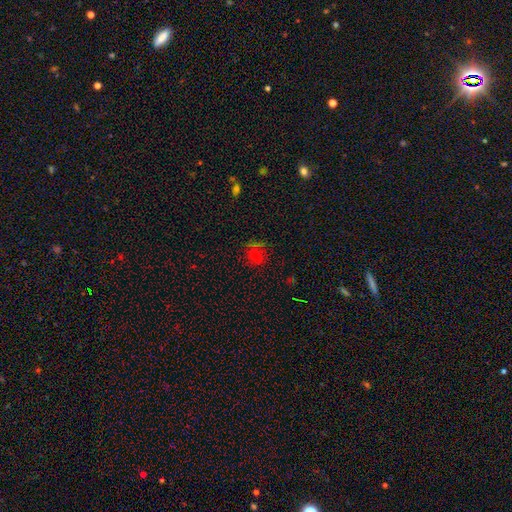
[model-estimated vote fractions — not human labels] smooth_or_featured: smooth (p=0.58) [alt: star or artifact p=0.31]
how_rounded: round (p=0.79) [alt: in between p=0.19]
merging: none (p=0.73) [alt: minor disturbance p=0.16]